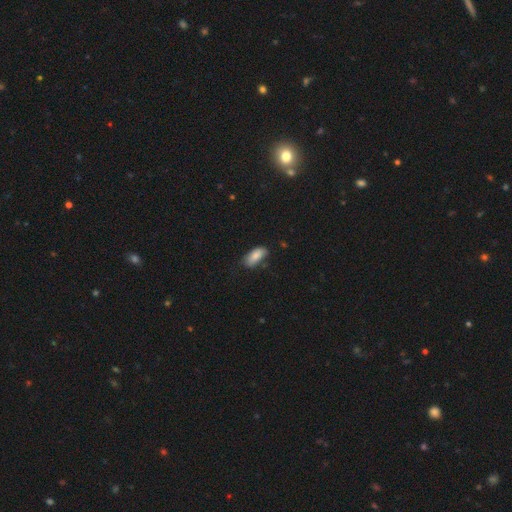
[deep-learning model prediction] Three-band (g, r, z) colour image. It shows a smooth galaxy with no disk features (85%) that is in between round and cigar-shaped (88%). Merging: none (75%).